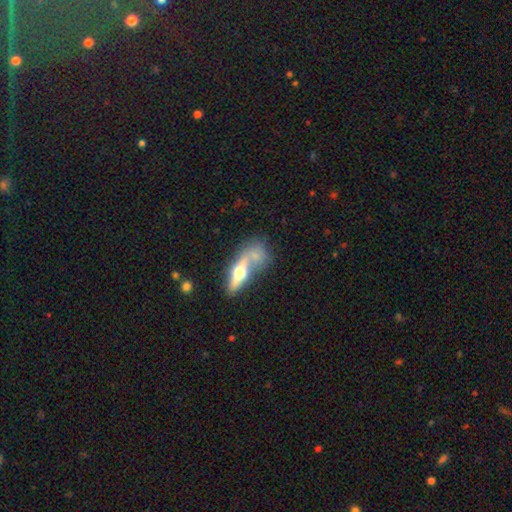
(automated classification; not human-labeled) Overall: smooth (50%; featured or disk 41%). Merging: merger (39%; none 36%).